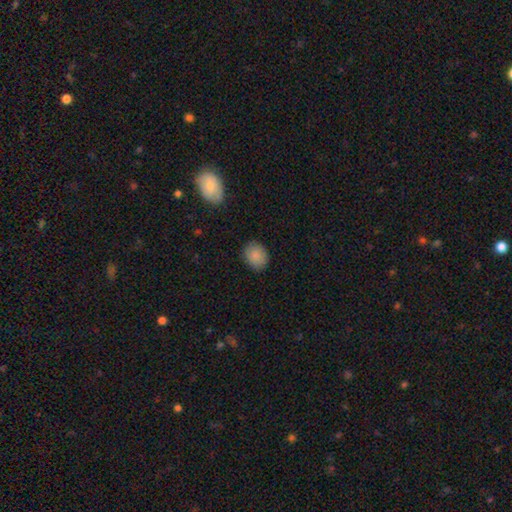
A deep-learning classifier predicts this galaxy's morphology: Overall: smooth (87%). How rounded: round (52%; in between 47%). Merging: none (86%).